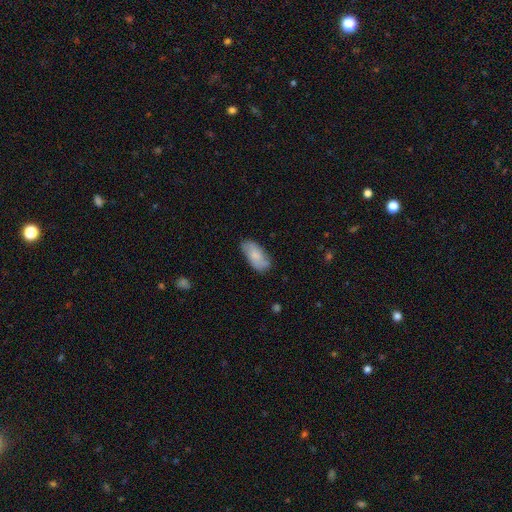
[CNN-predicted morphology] A smooth galaxy with no disk features (76%) that is in between round and cigar-shaped (91%).

Vote fractions:
- Smooth or featured? smooth: 76% / featured or disk: 18% / star or artifact: 6%
- How rounded? in between: 91% / cigar-shaped: 7% / round: 2%
- Merging? none: 72% / minor disturbance: 22% / major disturbance: 4% / merger: 2%